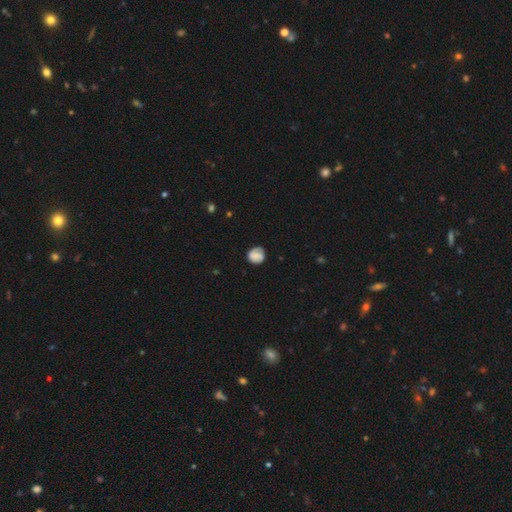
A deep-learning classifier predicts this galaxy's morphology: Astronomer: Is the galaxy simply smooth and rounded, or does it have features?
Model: smooth — 71%.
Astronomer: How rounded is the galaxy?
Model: round — 85%.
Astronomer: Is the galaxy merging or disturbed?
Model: none — 72%.